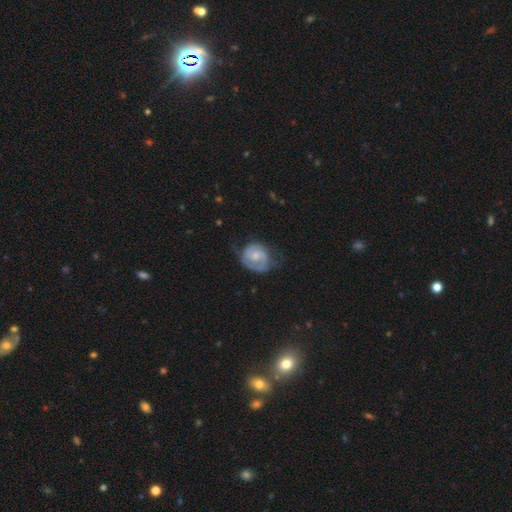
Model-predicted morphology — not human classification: The model was most divided on "bulge size": moderate: 45%, small: 40%, none: 9%, large: 5%, dominant: 1%. Remaining: edge-on disk — no (98%); spiral arms — yes (84%); smooth or featured — featured or disk (63%); bar — no (62%); spiral arm count — 2 (55%); merging — none (51%); spiral winding — tight (48%).